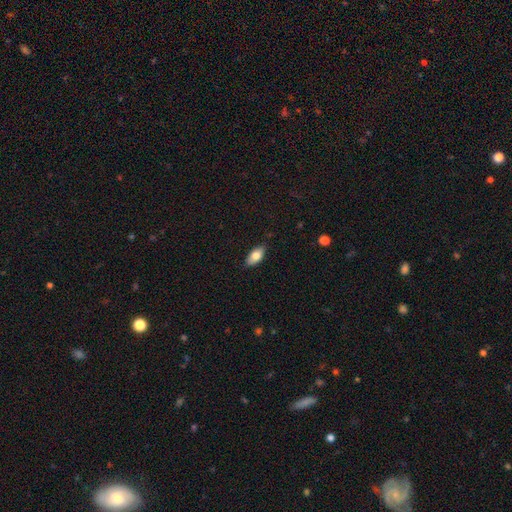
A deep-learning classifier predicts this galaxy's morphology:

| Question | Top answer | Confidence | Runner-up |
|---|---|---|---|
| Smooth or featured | smooth | 77% | featured or disk (16%) |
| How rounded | in between | 90% | cigar-shaped (7%) |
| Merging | none | 83% | minor disturbance (13%) |